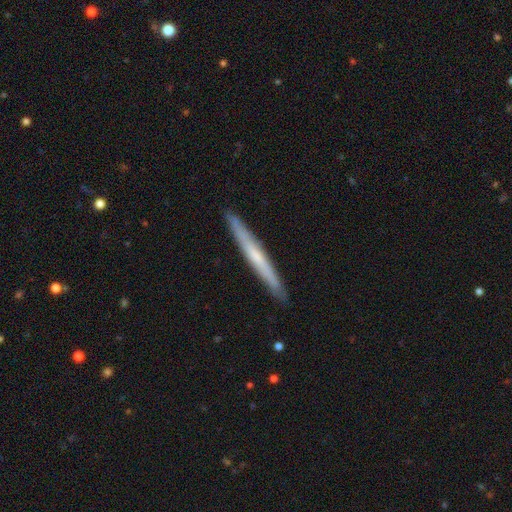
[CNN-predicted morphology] Smooth or featured? featured or disk (50%)
Merging? none (90%)